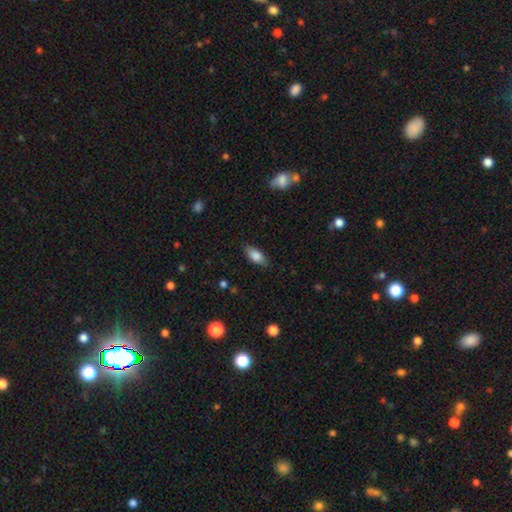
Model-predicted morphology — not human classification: The model was most divided on "merging": none: 83%, minor disturbance: 13%, major disturbance: 3%, merger: 1%. More confident: how rounded — in between (85%); smooth or featured — smooth (82%).